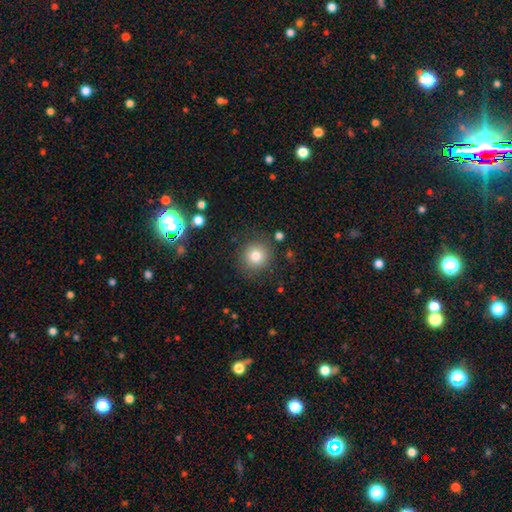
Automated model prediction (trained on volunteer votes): Overall: smooth (79%). How rounded: round (92%). Merging: none (85%).